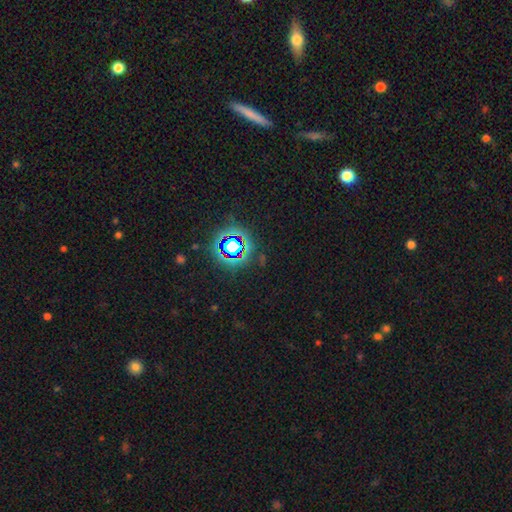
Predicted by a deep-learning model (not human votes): A star or artifact, not a galaxy (76%).